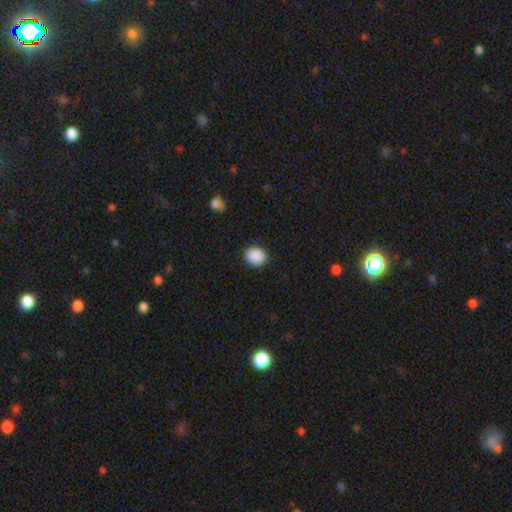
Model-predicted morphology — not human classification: Smooth or featured? smooth (90%)
How rounded? round (65%)
Merging? none (90%)